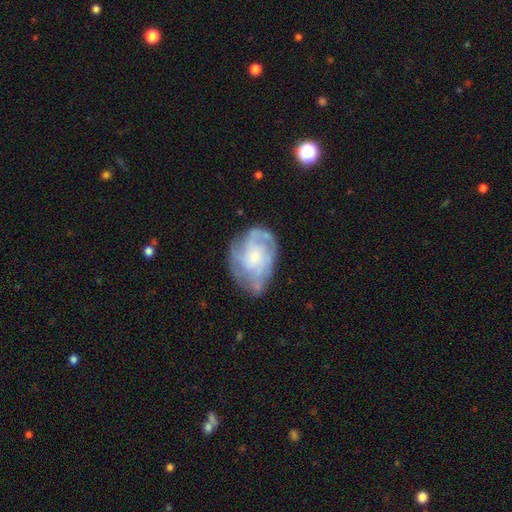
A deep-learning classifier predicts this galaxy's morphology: Q: Smooth or featured?
A: featured or disk (74%); runner-up: smooth (19%)
Q: Edge-on disk?
A: no (97%); runner-up: yes (3%)
Q: Bar?
A: no (73%); runner-up: weak (24%)
Q: Spiral arms?
A: yes (89%); runner-up: no (11%)
Q: Spiral winding?
A: tight (49%); runner-up: medium (37%)
Q: Spiral arm count?
A: can't tell (34%); runner-up: 3 (25%)
Q: Bulge size?
A: small (49%); runner-up: moderate (32%)
Q: Merging?
A: none (62%); runner-up: minor disturbance (24%)